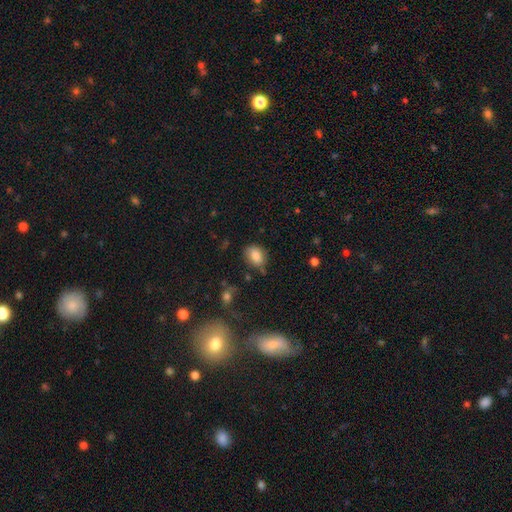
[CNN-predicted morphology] This is clearly a smooth galaxy (84%). How rounded: likely in between (68%). Merging: likely none (71%).